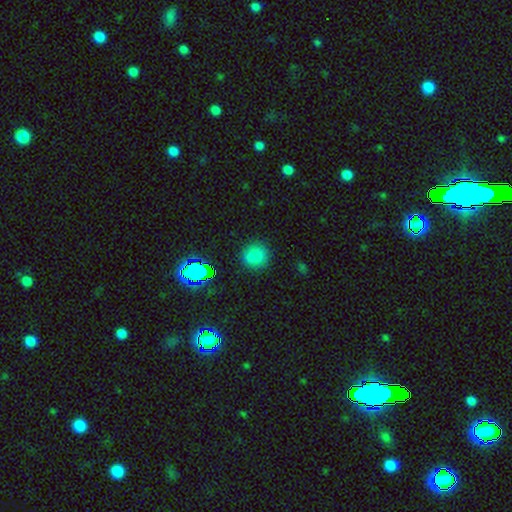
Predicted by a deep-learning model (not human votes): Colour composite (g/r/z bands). It shows a smooth galaxy with no disk features (76%) that is round (85%). Merging: none (84%).